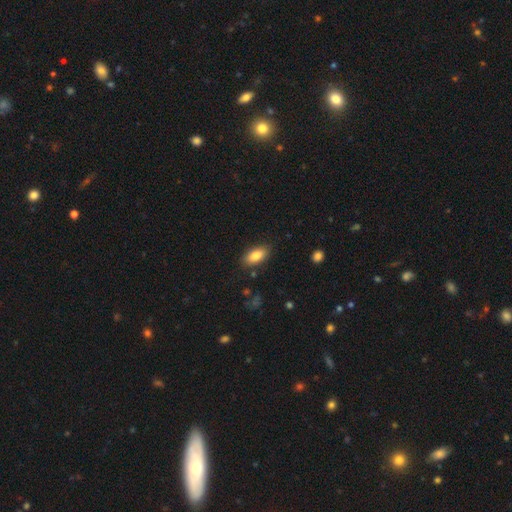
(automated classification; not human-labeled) Q: Smooth or featured?
A: smooth (82%); runner-up: featured or disk (10%)
Q: How rounded?
A: in between (89%); runner-up: cigar-shaped (7%)
Q: Merging?
A: none (85%); runner-up: minor disturbance (11%)